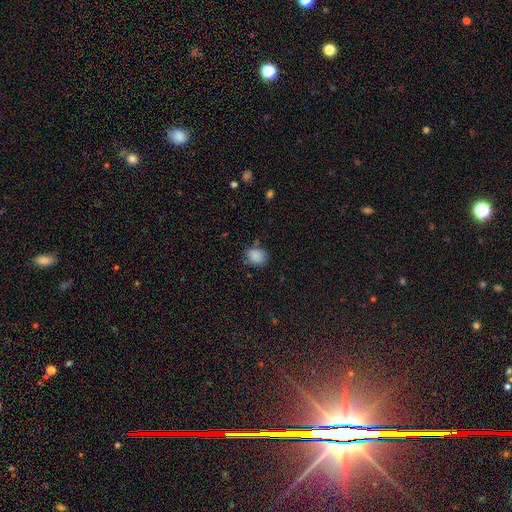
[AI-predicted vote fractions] The model was most divided on "how rounded": round: 50%, in between: 49%, cigar-shaped: 1%. More confident: smooth or featured — smooth (86%); merging — none (74%).